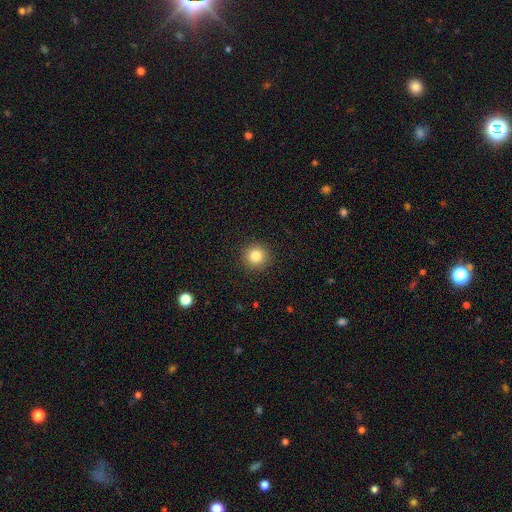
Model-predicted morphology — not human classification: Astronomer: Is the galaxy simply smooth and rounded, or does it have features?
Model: smooth — 83%.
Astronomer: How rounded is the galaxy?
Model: round — 94%.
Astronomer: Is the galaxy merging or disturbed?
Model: none — 91%.